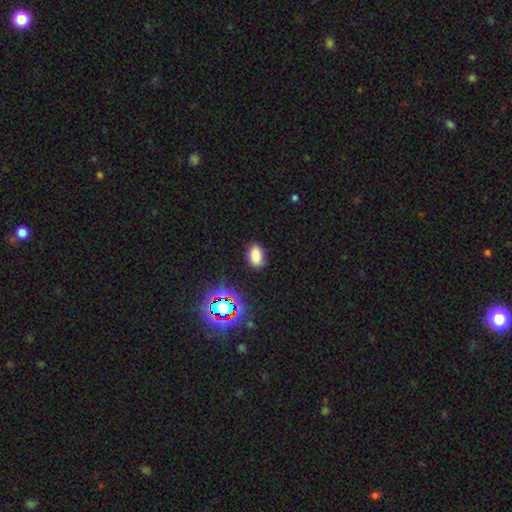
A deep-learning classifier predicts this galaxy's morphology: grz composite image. It shows a smooth galaxy with no disk features (80%) that is in between round and cigar-shaped (89%). Merging: none (86%).